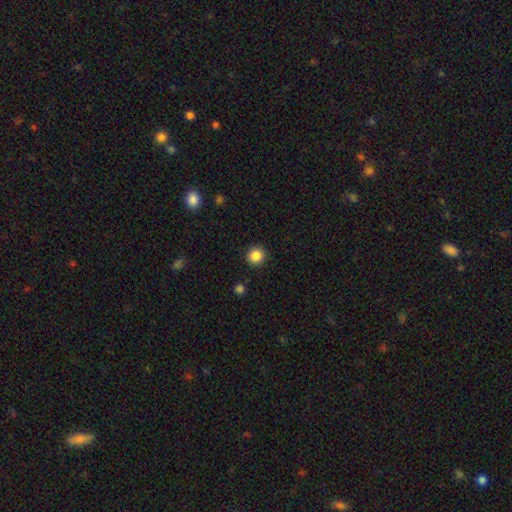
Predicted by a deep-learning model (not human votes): Smooth or featured? Predicted: smooth (p=0.86). How rounded? Predicted: round (p=0.93). Merging? Predicted: none (p=0.92).